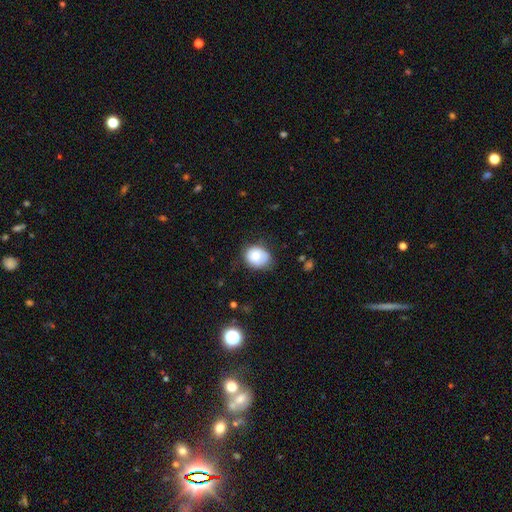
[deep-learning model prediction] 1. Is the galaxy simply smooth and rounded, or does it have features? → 73% smooth, 18% featured or disk, 9% star or artifact.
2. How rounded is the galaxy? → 60% round, 39% in between, 1% cigar-shaped.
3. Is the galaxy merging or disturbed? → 66% none, 26% minor disturbance, 6% major disturbance, 1% merger.